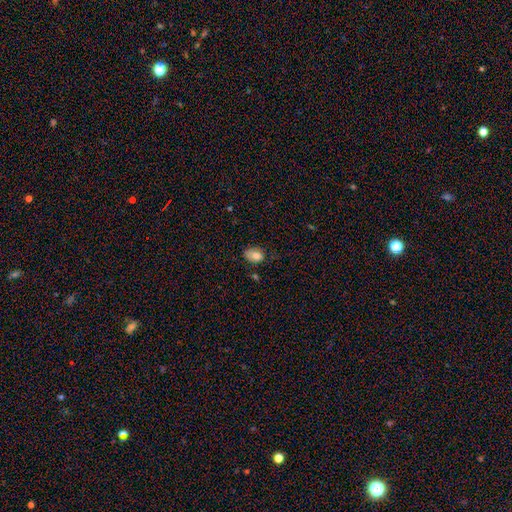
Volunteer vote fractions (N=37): Morphology: type=smooth (81%); roundness=in between (80%); merging=none (47%).